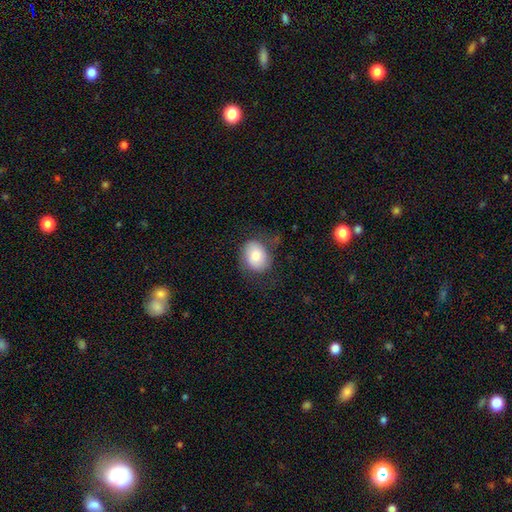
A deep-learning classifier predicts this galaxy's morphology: Q: Smooth or featured?
A: smooth (77%); runner-up: featured or disk (16%)
Q: How rounded?
A: in between (59%); runner-up: round (40%)
Q: Merging?
A: none (67%); runner-up: minor disturbance (22%)